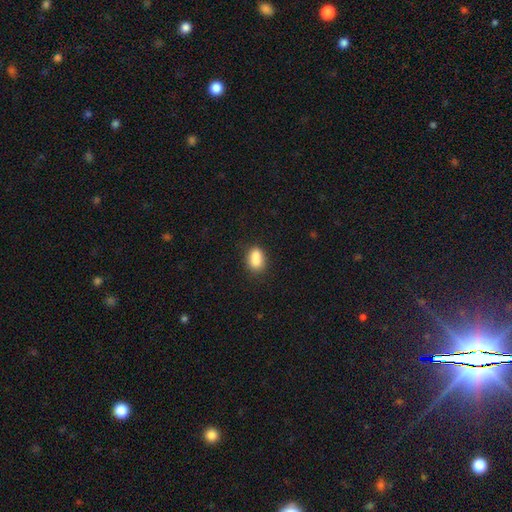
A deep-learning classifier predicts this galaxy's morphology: smooth 82%, star or artifact 9%, featured or disk 9%. Down the decision tree: how rounded — in between (81%); merging — none (56%).